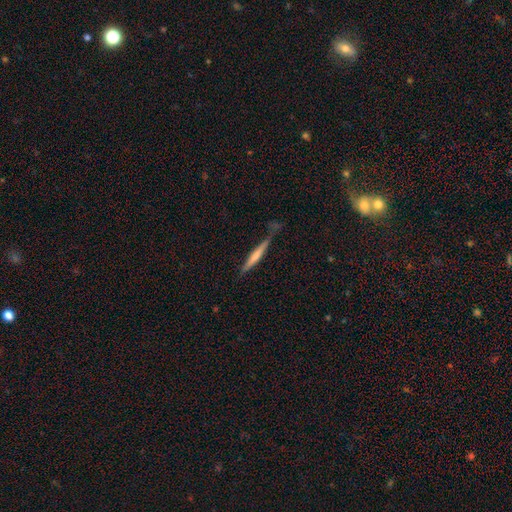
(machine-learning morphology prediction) Smooth or featured? smooth (54%)
How rounded? cigar-shaped (95%)
Merging? none (68%)